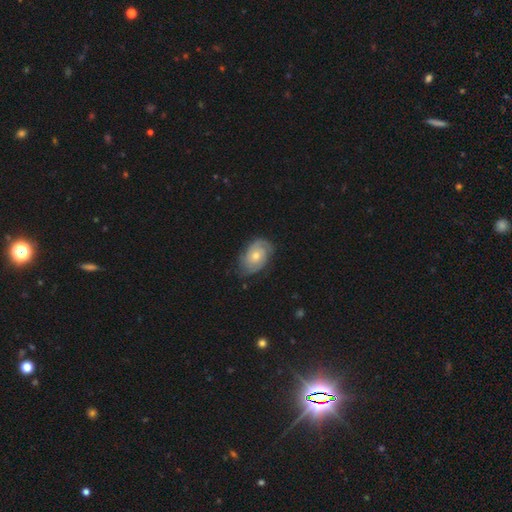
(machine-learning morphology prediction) type=featured or disk (70%); edge-on=no (96%); bar=no (78%); spiral arms=yes (91%); winding=tight (57%); arm count=2 (43%); bulge=moderate (53%); merging=none (72%).